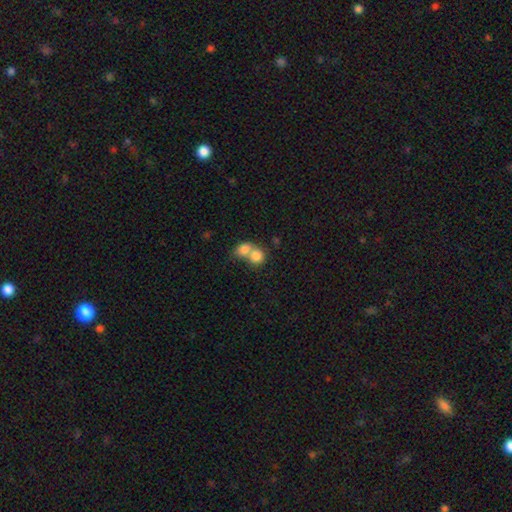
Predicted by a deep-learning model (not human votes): A smooth galaxy with no disk features (79%) that is round (67%).

Vote fractions:
- Smooth or featured? smooth: 79% / featured or disk: 12% / star or artifact: 9%
- How rounded? round: 67% / in between: 32% / cigar-shaped: 1%
- Merging? merger: 67% / none: 25% / minor disturbance: 5% / major disturbance: 3%